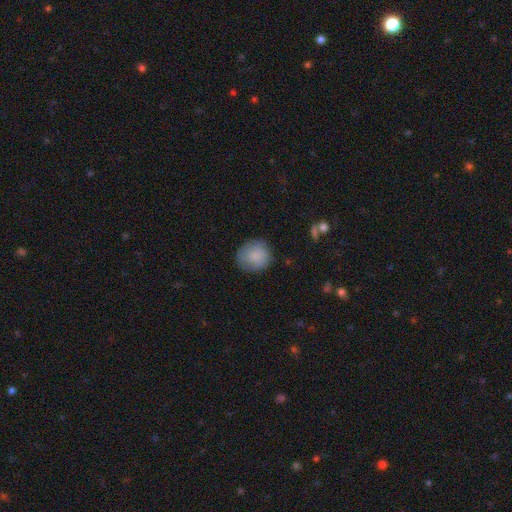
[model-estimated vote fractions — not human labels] Smooth or featured? smooth (81%)
How rounded? round (86%)
Merging? none (80%)